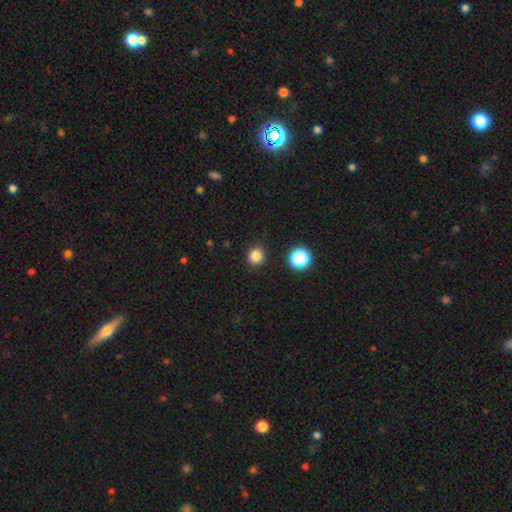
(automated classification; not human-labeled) Smooth or featured? Predicted: smooth (p=0.83). How rounded? Predicted: round (p=0.91). Merging? Predicted: none (p=0.91).